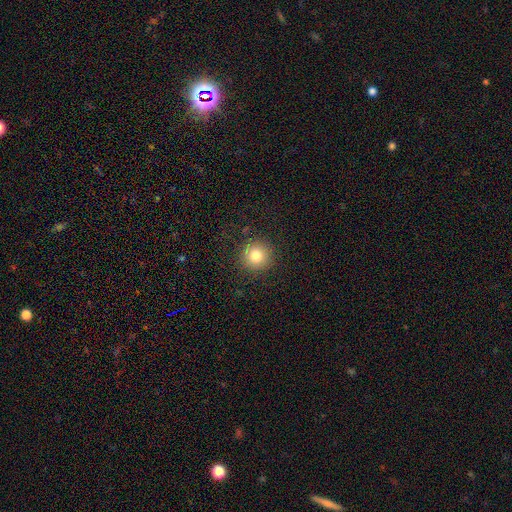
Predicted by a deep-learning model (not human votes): smooth_or_featured: smooth (p=0.80) [alt: star or artifact p=0.12]
how_rounded: round (p=0.94) [alt: in between p=0.05]
merging: none (p=0.89) [alt: minor disturbance p=0.07]